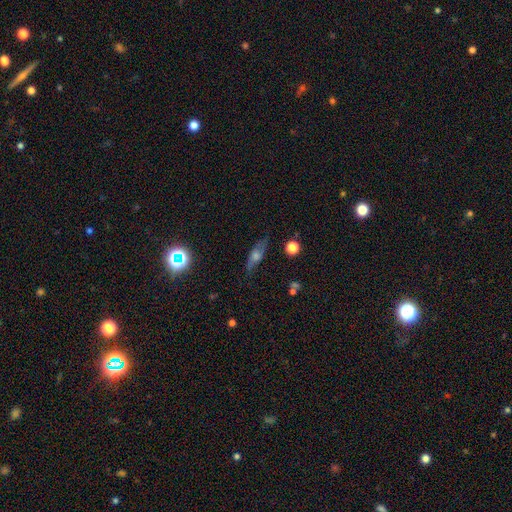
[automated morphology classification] A featured or disk galaxy (48%). Merging: none (76%).